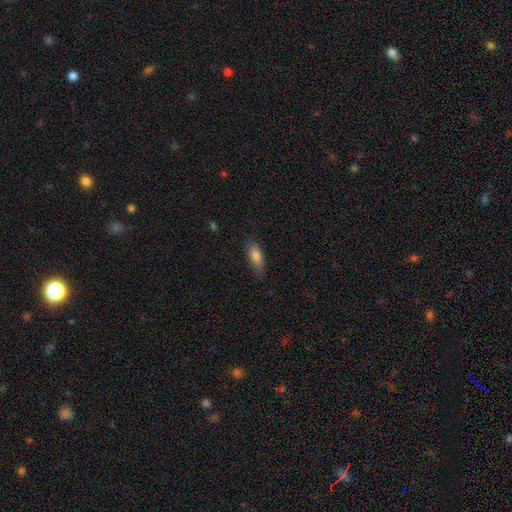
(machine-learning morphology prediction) Smooth or featured?
  - smooth: 78% *
  - featured or disk: 14%
  - star or artifact: 8%
How rounded?
  - in between: 75% *
  - cigar-shaped: 23%
  - round: 3%
Merging?
  - none: 79% *
  - minor disturbance: 16%
  - major disturbance: 3%
  - merger: 1%